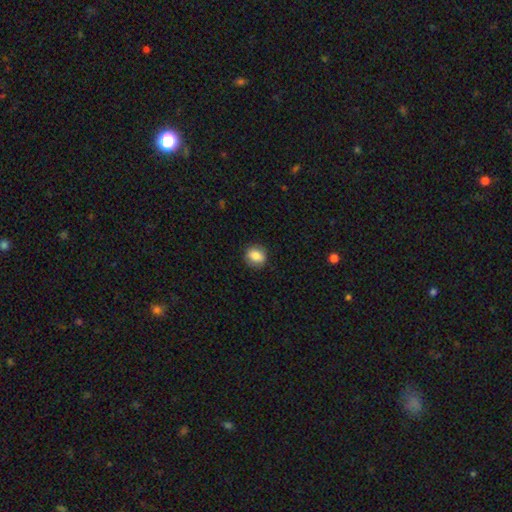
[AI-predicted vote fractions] This is clearly a smooth galaxy (85%). How rounded: likely round (67%). Merging: clearly none (86%).